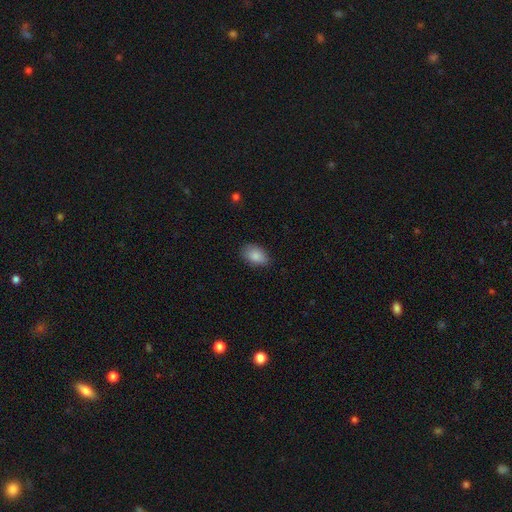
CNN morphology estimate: Smooth or featured?
  - smooth: 87% *
  - star or artifact: 7%
  - featured or disk: 6%
How rounded?
  - in between: 89% *
  - round: 10%
  - cigar-shaped: 1%
Merging?
  - none: 81% *
  - minor disturbance: 15%
  - major disturbance: 3%
  - merger: 1%